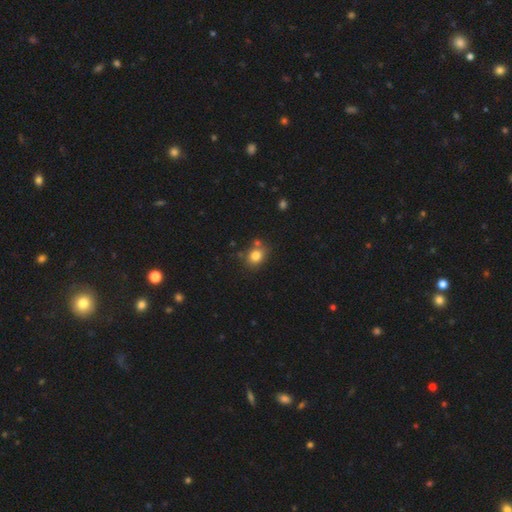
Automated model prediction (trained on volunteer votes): Smooth or featured: smooth — 81% (star or artifact — 12%)
How rounded: round — 65% (in between — 34%)
Merging: none — 70% (minor disturbance — 14%)